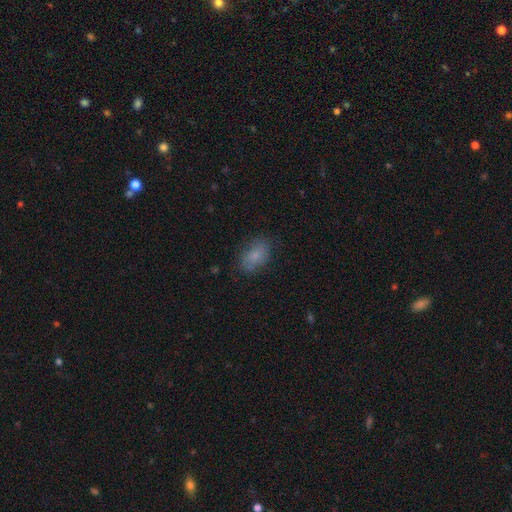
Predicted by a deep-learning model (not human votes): This is likely a smooth galaxy (78%). How rounded: clearly in between (87%). Merging: likely none (75%).